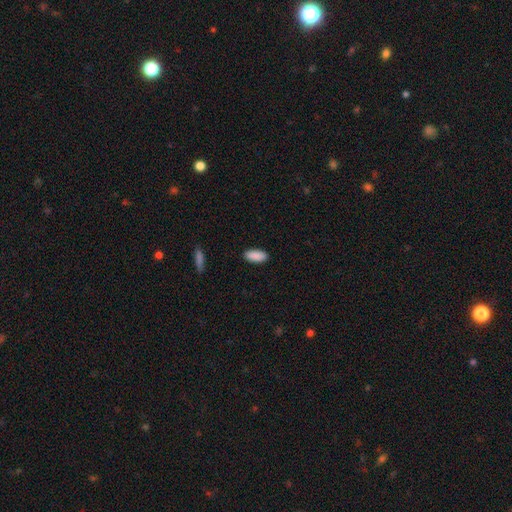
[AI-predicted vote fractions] Smooth or featured? smooth (90%)
How rounded? in between (85%)
Merging? none (89%)